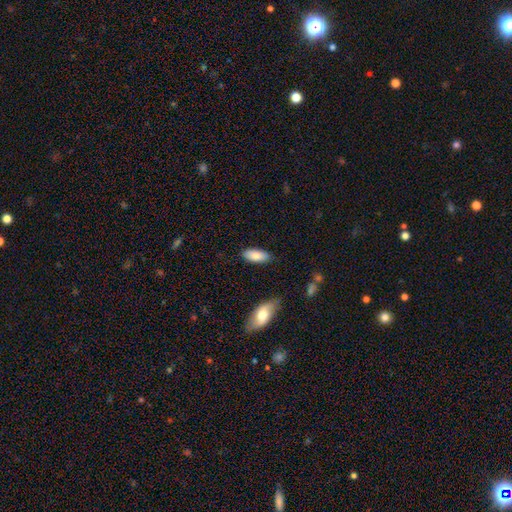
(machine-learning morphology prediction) The model was most divided on "merging": none: 83%, minor disturbance: 12%, major disturbance: 2%, merger: 2%. More confident: how rounded — in between (85%); smooth or featured — smooth (83%).